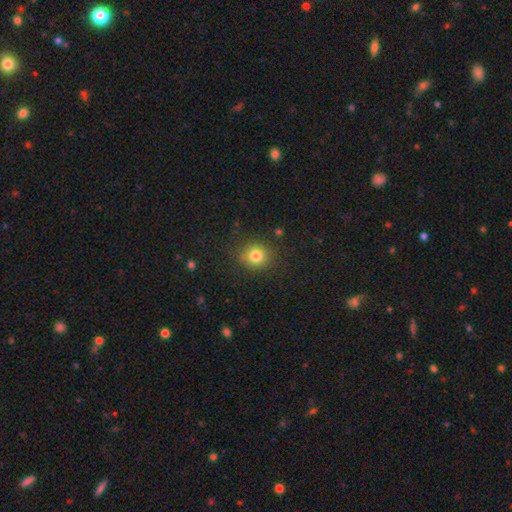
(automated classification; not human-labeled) Smooth or featured? smooth (80%)
How rounded? round (86%)
Merging? none (84%)